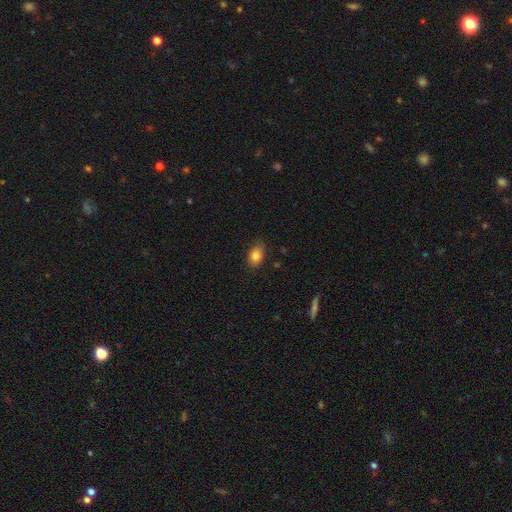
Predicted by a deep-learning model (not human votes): smooth-or-featured: smooth: 82% | star or artifact: 9% | featured or disk: 9%
  how-rounded: in between: 83% | round: 16% | cigar-shaped: 2%
  merging: none: 82% | minor disturbance: 15% | major disturbance: 3% | merger: 1%